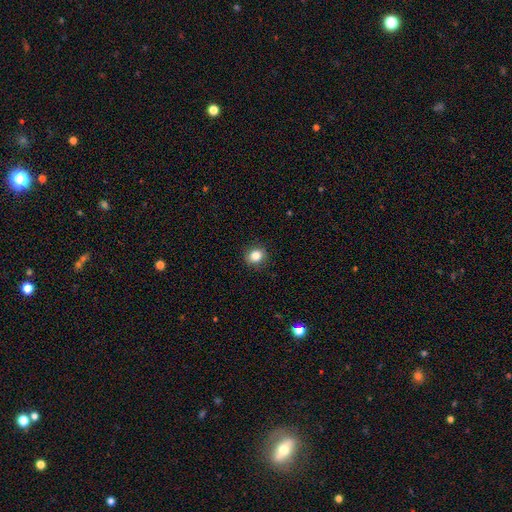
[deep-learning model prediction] smooth-or-featured: smooth: 82% | star or artifact: 10% | featured or disk: 7%
  how-rounded: round: 73% | in between: 26% | cigar-shaped: 1%
  merging: none: 88% | minor disturbance: 8% | major disturbance: 2% | merger: 1%